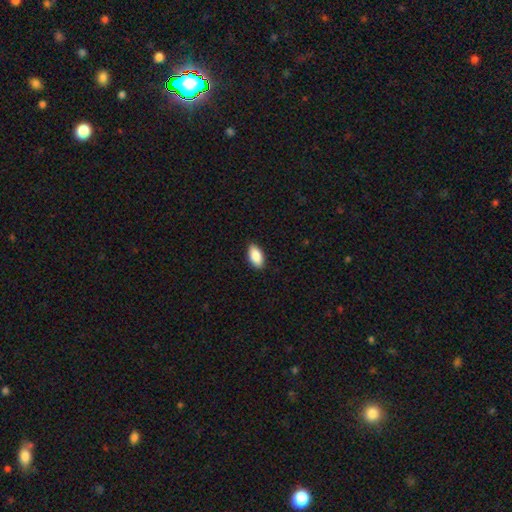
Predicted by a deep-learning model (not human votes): Smooth or featured? smooth (89%)
How rounded? in between (94%)
Merging? none (89%)